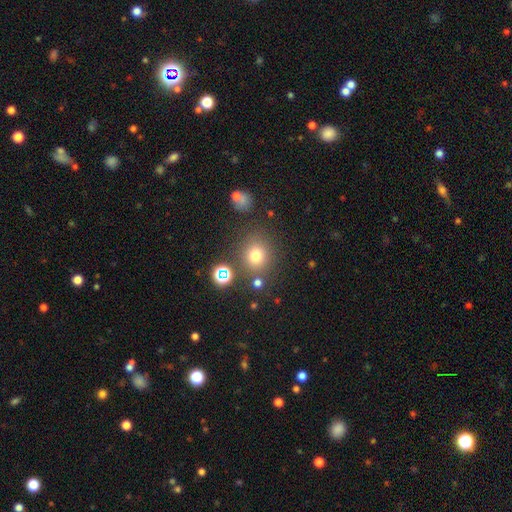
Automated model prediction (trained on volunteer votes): smooth 72%, star or artifact 19%, featured or disk 9%. Down the decision tree: how rounded — round (85%); merging — none (77%).